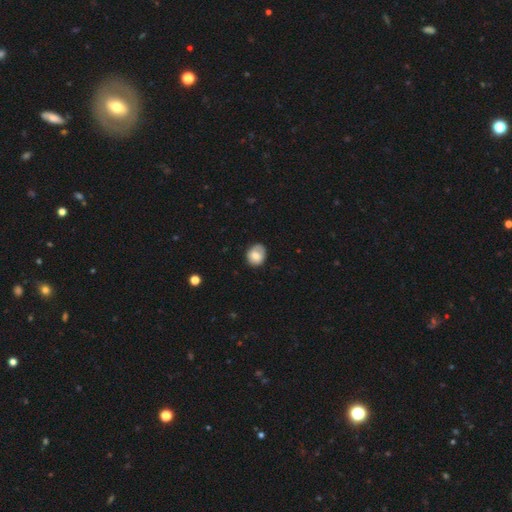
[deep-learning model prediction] This appears to be a smooth galaxy with no disk features (72%) that is round (63%). Merging: none (71%).